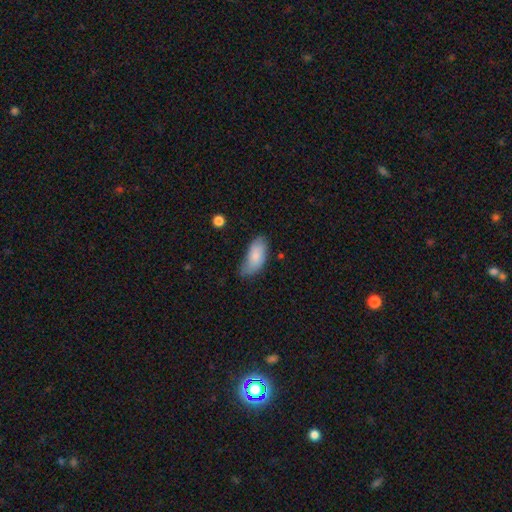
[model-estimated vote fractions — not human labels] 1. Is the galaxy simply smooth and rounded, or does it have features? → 81% smooth, 12% featured or disk, 6% star or artifact.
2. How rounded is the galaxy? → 91% in between, 7% cigar-shaped, 2% round.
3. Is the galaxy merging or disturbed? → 58% none, 33% minor disturbance, 7% major disturbance, 2% merger.